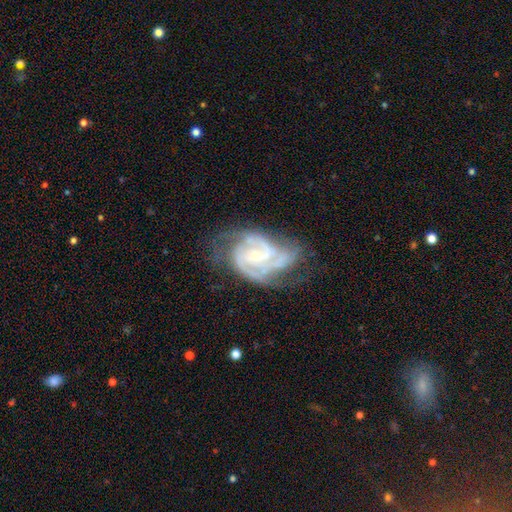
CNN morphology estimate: This is clearly a featured or disk galaxy (90%). It is clearly not viewed edge-on (98%). Bar: possibly no (49%). Spiral arm pattern: clearly yes (97%). Spiral arm count: marginally 2 (35%, tied with 3). Spiral winding: possibly tight (50%). Central bulge: likely small (71%). Merging: possibly none (51%).